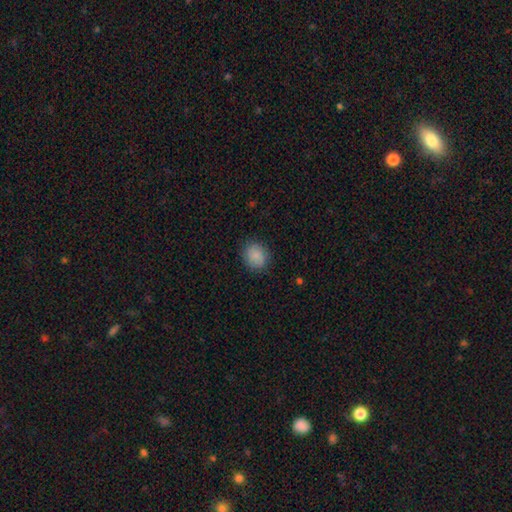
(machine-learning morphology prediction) Smooth or featured?
  - smooth: 87% *
  - star or artifact: 8%
  - featured or disk: 5%
How rounded?
  - round: 72% *
  - in between: 27%
  - cigar-shaped: 1%
Merging?
  - none: 86% *
  - minor disturbance: 10%
  - major disturbance: 3%
  - merger: 1%